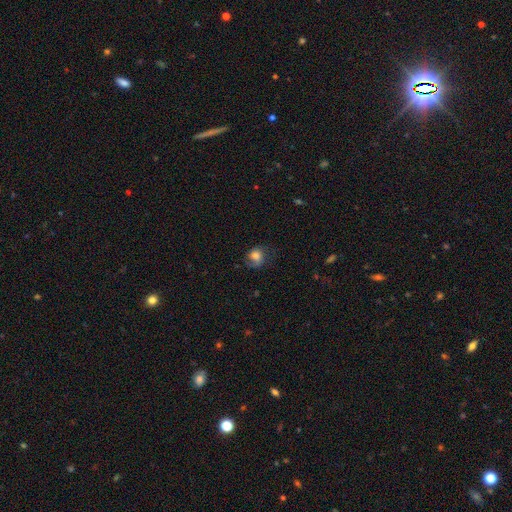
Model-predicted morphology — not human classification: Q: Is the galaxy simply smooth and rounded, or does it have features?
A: smooth — 59%.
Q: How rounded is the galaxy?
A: round — 64%.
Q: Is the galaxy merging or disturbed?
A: none — 55%.